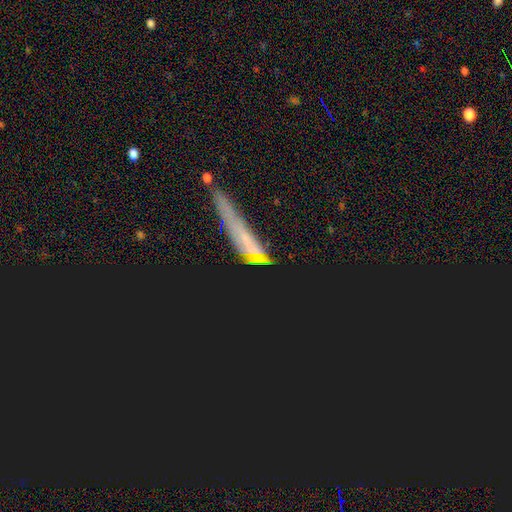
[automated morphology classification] Smooth or featured? star or artifact (47%)